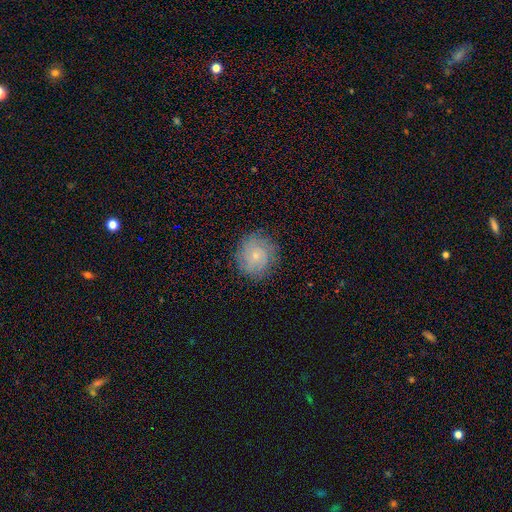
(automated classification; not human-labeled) Morphology: type=smooth (47%); merging=none (83%).